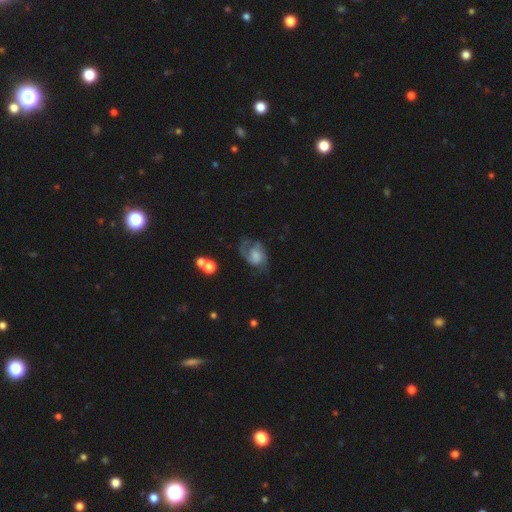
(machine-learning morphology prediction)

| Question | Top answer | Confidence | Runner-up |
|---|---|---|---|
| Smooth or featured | featured or disk | 67% | smooth (25%) |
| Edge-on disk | no | 97% | yes (3%) |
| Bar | no | 65% | weak (30%) |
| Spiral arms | yes | 87% | no (13%) |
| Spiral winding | medium | 47% | tight (28%) |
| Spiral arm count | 2 | 61% | can't tell (15%) |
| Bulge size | moderate | 27% | none (26%) |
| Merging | none | 49% | minor disturbance (25%) |